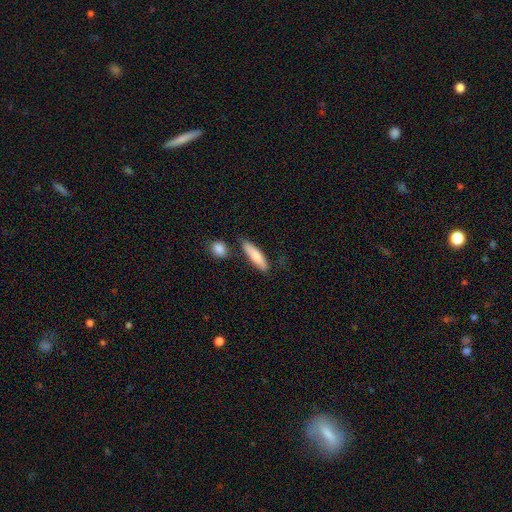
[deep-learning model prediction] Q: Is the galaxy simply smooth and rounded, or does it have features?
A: smooth — 78%.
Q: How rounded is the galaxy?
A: cigar-shaped — 67%.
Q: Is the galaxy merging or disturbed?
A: none — 72%.